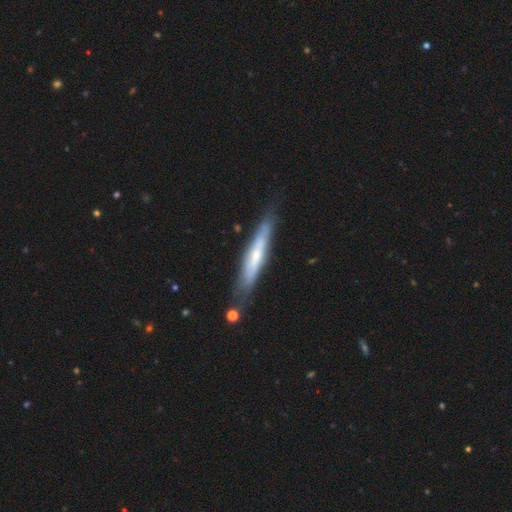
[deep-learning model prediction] Smooth or featured: featured or disk — 56% (smooth — 38%)
Edge-on disk: yes — 74% (no — 26%)
Merging: none — 74% (minor disturbance — 18%)